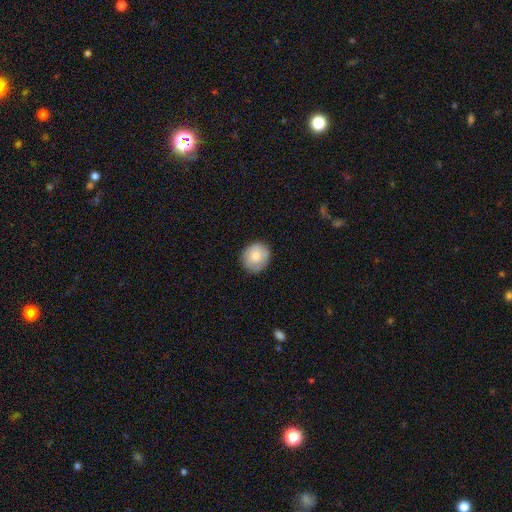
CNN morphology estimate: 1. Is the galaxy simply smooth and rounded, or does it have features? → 82% smooth, 12% featured or disk, 7% star or artifact.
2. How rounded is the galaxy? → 85% round, 14% in between, 1% cigar-shaped.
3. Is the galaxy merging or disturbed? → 86% none, 11% minor disturbance, 2% major disturbance, 1% merger.